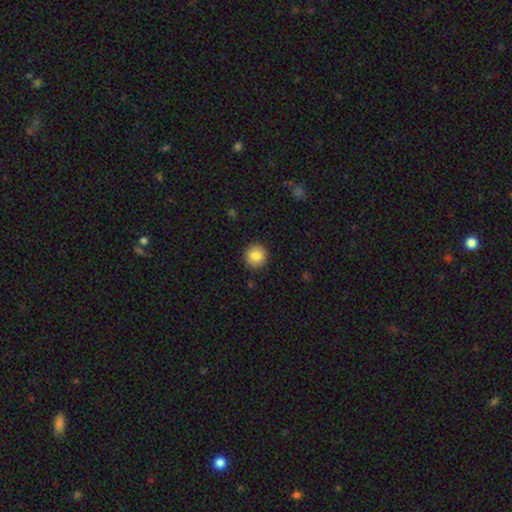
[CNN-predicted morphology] Smooth or featured? smooth (84%)
How rounded? round (91%)
Merging? none (91%)